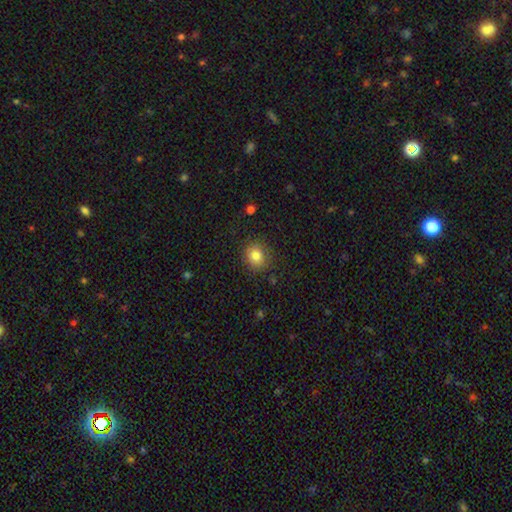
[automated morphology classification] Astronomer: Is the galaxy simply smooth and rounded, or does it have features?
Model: smooth — 82%.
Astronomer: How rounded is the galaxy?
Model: round — 75%.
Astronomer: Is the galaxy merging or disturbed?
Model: none — 85%.